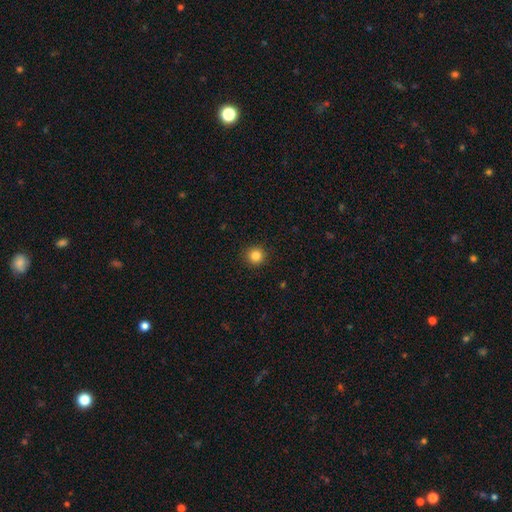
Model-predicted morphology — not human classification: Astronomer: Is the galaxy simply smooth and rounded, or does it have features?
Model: smooth — 85%.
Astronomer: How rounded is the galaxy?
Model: round — 95%.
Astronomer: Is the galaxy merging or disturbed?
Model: none — 92%.